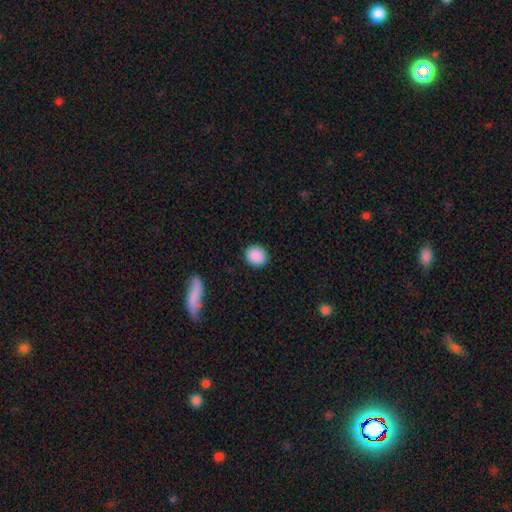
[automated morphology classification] Overall: smooth (90%). How rounded: round (80%). Merging: none (90%).